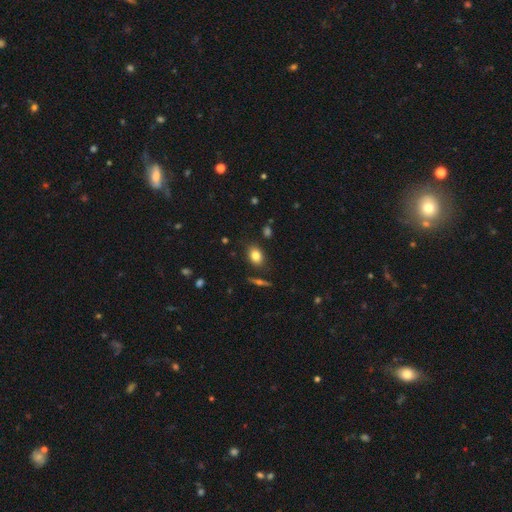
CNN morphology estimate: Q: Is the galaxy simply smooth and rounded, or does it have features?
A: smooth — 80%.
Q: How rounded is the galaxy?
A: in between — 70%.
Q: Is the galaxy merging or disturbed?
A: none — 82%.